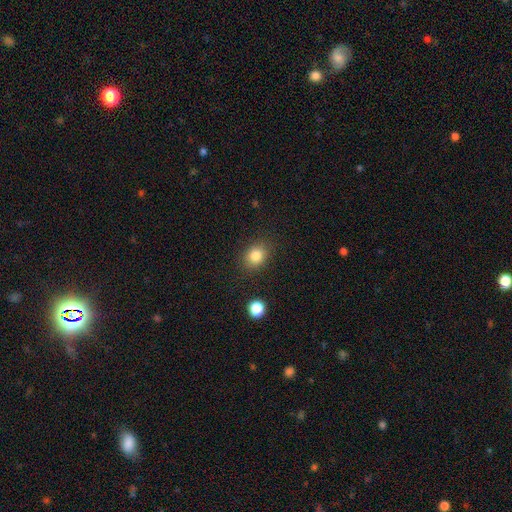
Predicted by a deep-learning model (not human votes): Morphology: type=smooth (83%); roundness=round (56%); merging=none (84%).